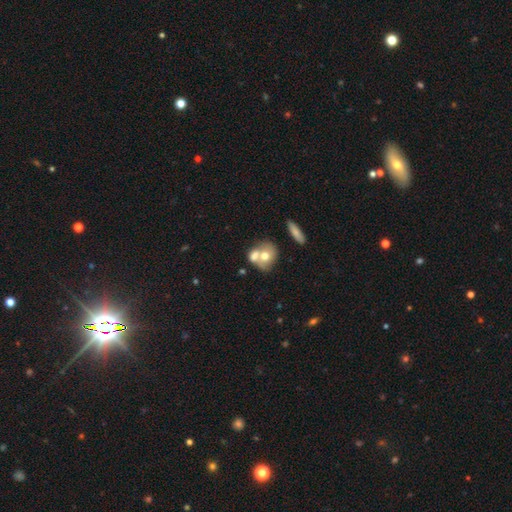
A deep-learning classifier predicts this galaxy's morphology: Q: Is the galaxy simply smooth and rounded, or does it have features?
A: smooth — 63%.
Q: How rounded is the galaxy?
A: round — 60%.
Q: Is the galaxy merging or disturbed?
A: merger — 58%.